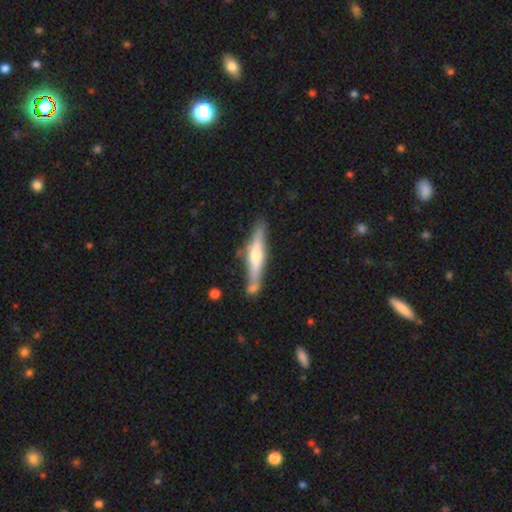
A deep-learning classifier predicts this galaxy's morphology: A featured or disk galaxy (60%) viewed edge-on (94%) with a rounded central bulge (75%). Merging: none (74%).